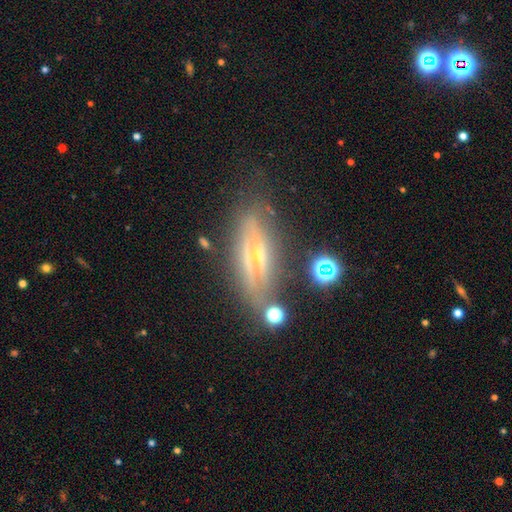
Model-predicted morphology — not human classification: A featured or disk galaxy (72%) viewed edge-on (64%). Merging: none (67%).